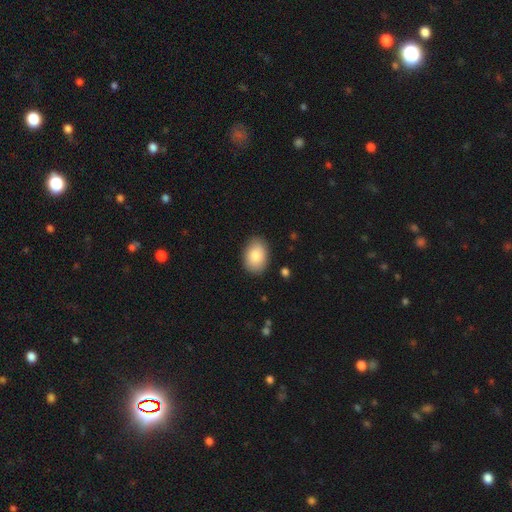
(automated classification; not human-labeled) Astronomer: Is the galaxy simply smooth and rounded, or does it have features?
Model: smooth — 85%.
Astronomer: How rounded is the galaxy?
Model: in between — 81%.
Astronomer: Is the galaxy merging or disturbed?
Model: none — 86%.